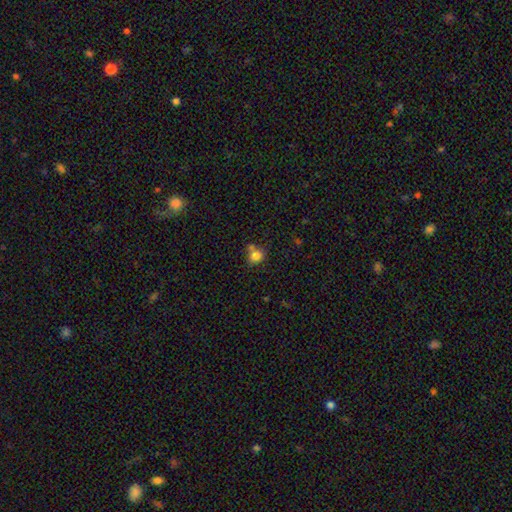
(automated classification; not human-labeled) Q: Smooth or featured?
A: smooth (81%); runner-up: star or artifact (11%)
Q: How rounded?
A: round (65%); runner-up: in between (34%)
Q: Merging?
A: none (53%); runner-up: merger (26%)